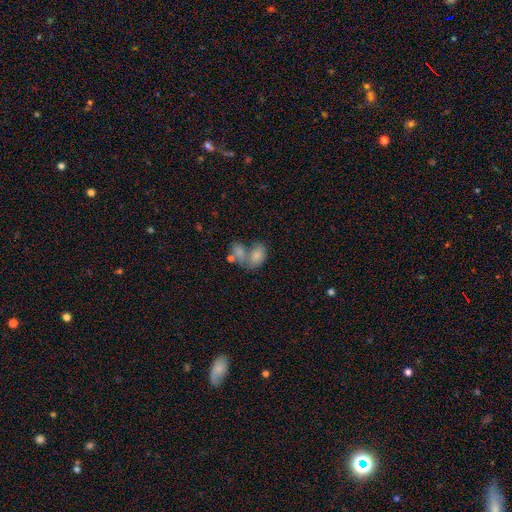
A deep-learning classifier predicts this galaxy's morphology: smooth_or_featured: smooth (p=0.75) [alt: featured or disk p=0.17]
how_rounded: in between (p=0.86) [alt: round p=0.12]
merging: merger (p=0.60) [alt: none p=0.21]